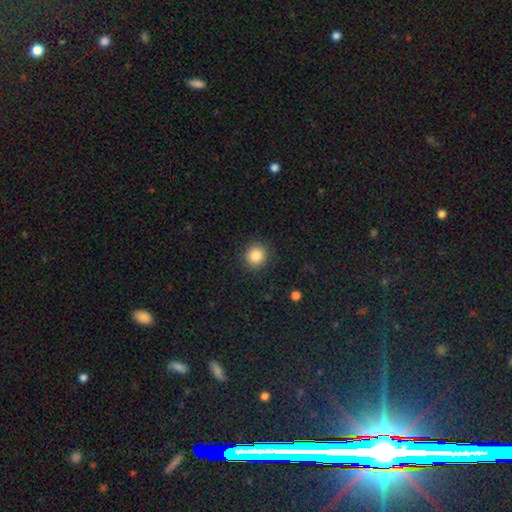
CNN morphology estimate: Smooth or featured? Predicted: smooth (p=0.86). How rounded? Predicted: round (p=0.83). Merging? Predicted: none (p=0.89).